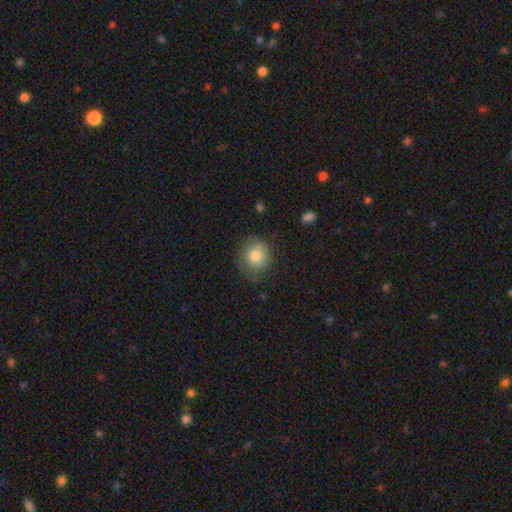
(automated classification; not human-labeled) A smooth galaxy with no disk features (80%) that is round (81%). Merging: none (68%).